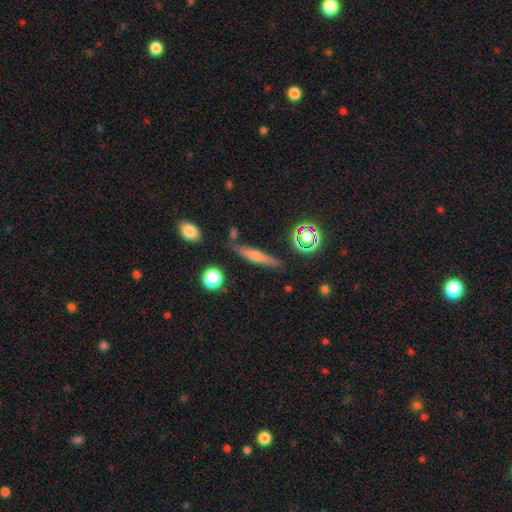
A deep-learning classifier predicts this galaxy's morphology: smooth-or-featured: featured or disk: 52% | smooth: 33% | star or artifact: 15%
  disk-edge-on: yes: 92% | no: 8%
  merging: none: 83% | minor disturbance: 11% | merger: 4% | major disturbance: 3%